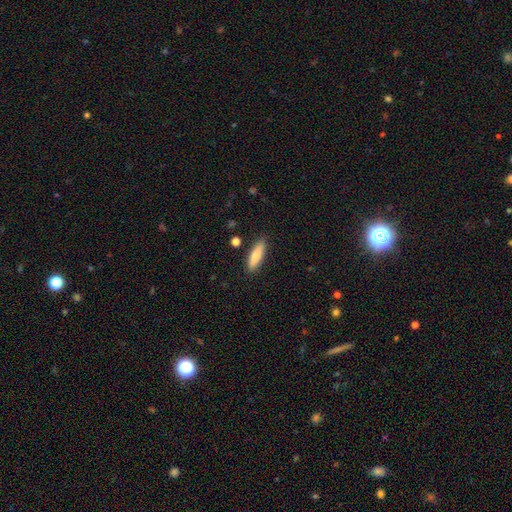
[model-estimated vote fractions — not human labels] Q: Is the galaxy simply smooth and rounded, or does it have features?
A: smooth — 75%.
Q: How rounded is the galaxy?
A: cigar-shaped — 57%.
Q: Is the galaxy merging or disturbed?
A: none — 85%.